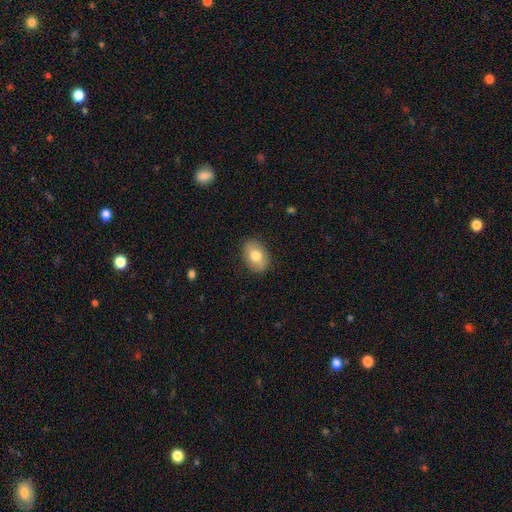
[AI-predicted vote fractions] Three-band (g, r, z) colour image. It shows a smooth galaxy with no disk features (75%) that is in between round and cigar-shaped (79%). Merging: none (86%).